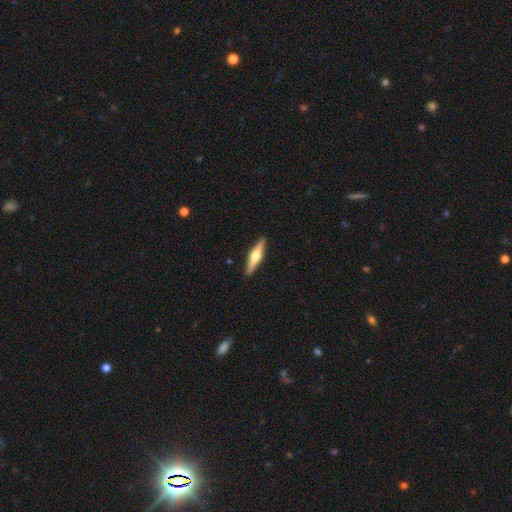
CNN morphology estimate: Smooth or featured: featured or disk — 63% (smooth — 32%)
Edge-on disk: yes — 97% (no — 3%)
Edge-on bulge: rounded — 93% (boxy — 4%)
Merging: none — 91% (minor disturbance — 6%)